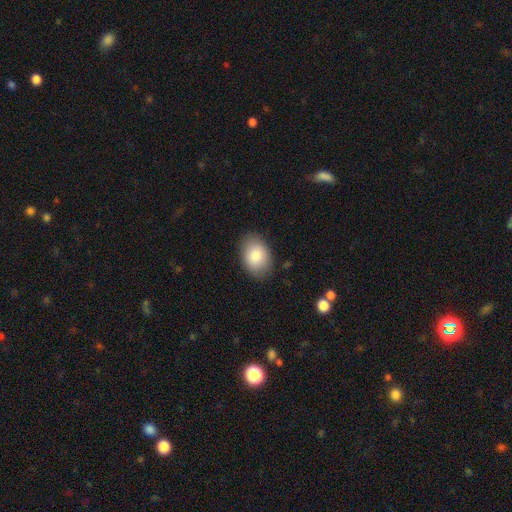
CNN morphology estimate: This appears to be a smooth galaxy with no disk features (84%) that is in between round and cigar-shaped (82%). Merging: none (84%).